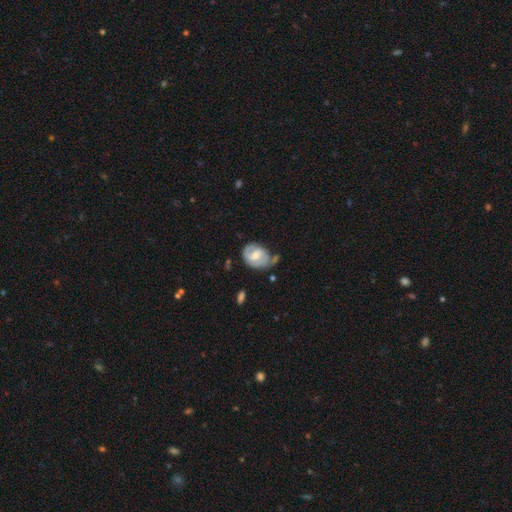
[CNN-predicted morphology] Smooth or featured? featured or disk (60%)
Edge-on disk? no (97%)
Bar? weak (54%)
Spiral arms? yes (78%)
Bulge size? moderate (54%)
Merging? none (47%)